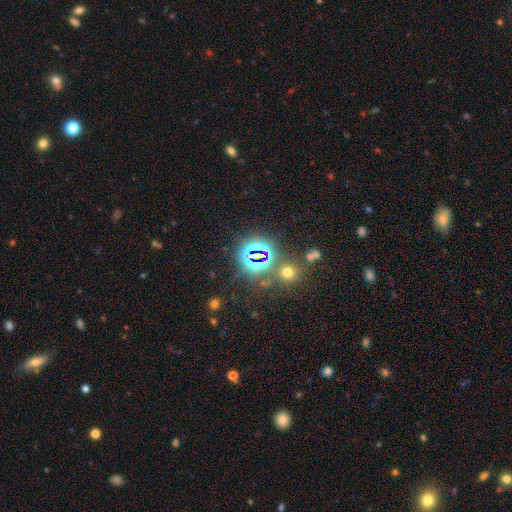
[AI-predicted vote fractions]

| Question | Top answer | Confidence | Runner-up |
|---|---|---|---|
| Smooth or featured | star or artifact | 77% | smooth (15%) |